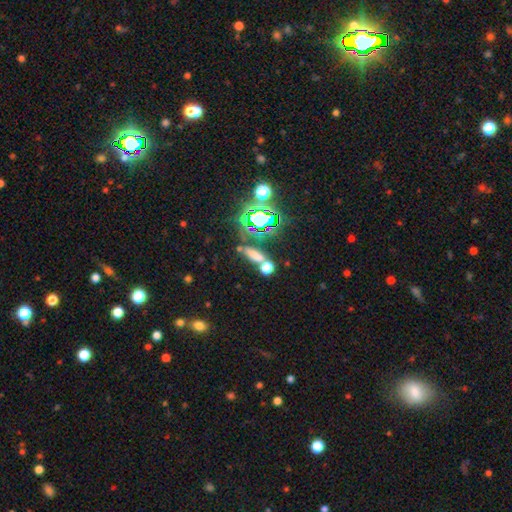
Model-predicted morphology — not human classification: Smooth or featured?
  - smooth: 58% *
  - star or artifact: 31%
  - featured or disk: 12%
How rounded?
  - in between: 45% *
  - cigar-shaped: 39%
  - round: 16%
Merging?
  - none: 60% *
  - merger: 21%
  - minor disturbance: 12%
  - major disturbance: 7%